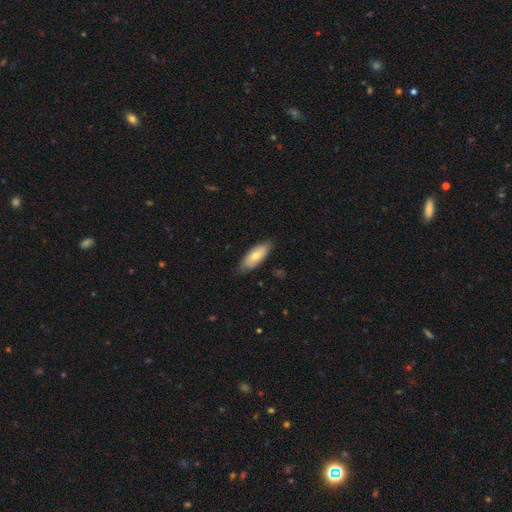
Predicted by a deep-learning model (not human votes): The model was most divided on "smooth or featured": smooth: 71%, featured or disk: 24%, star or artifact: 6%. More confident: merging — none (82%); how rounded — in between (77%).